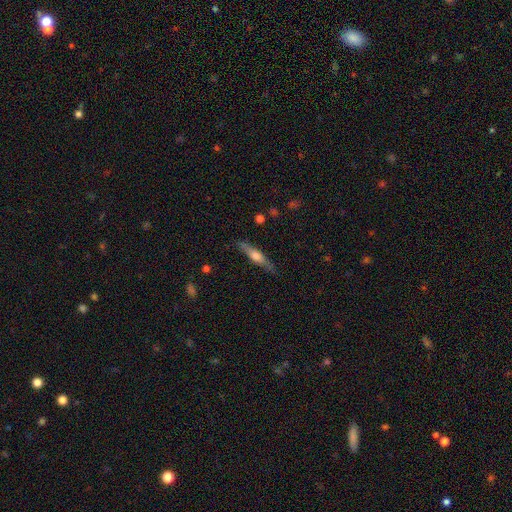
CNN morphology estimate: featured or disk 51%, smooth 43%, star or artifact 6%. Down the decision tree: edge-on disk — yes (92%); merging — none (81%).